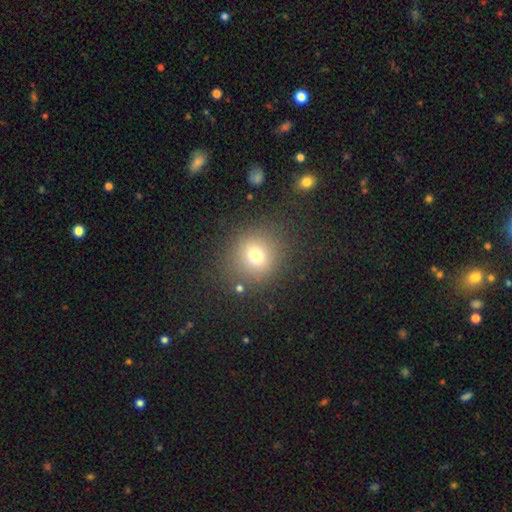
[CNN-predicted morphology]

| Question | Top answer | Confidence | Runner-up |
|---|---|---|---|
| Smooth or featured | smooth | 72% | star or artifact (17%) |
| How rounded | round | 87% | in between (12%) |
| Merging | none | 83% | minor disturbance (10%) |